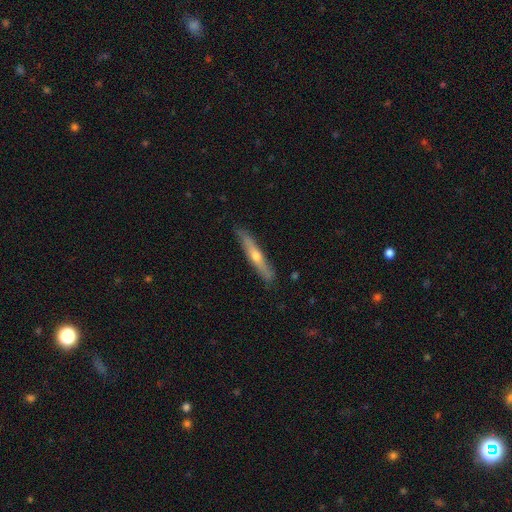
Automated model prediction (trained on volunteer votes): smooth_or_featured: featured or disk (p=0.57) [alt: smooth p=0.37]
disk_edge_on: yes (p=0.91) [alt: no p=0.09]
edge_on_bulge: rounded (p=0.84) [alt: none p=0.14]
merging: none (p=0.88) [alt: minor disturbance p=0.10]